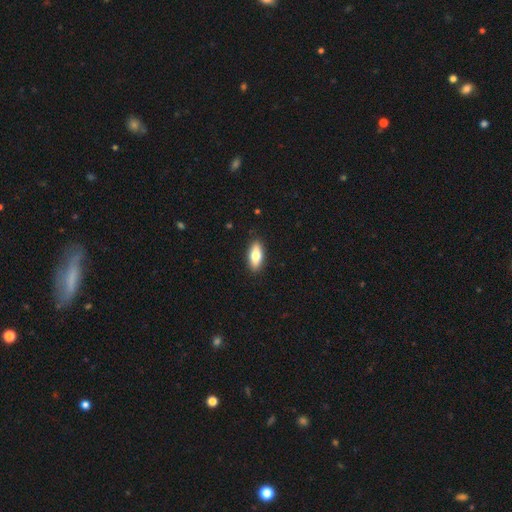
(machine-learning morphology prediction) Smooth or featured: smooth — 73% (featured or disk — 20%)
How rounded: in between — 79% (cigar-shaped — 18%)
Merging: none — 89% (minor disturbance — 8%)